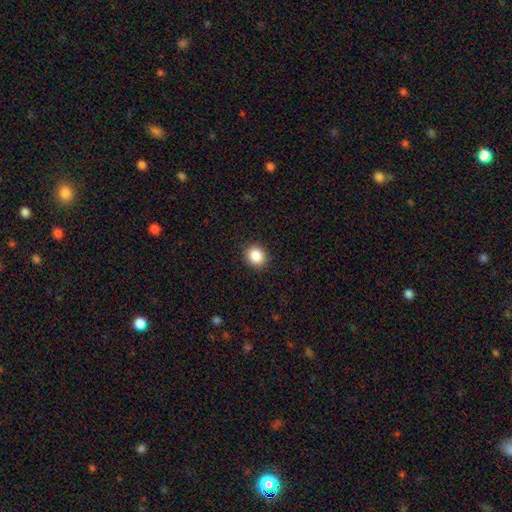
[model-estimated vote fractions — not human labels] This is clearly a smooth galaxy (87%). How rounded: likely round (80%). Merging: clearly none (91%).